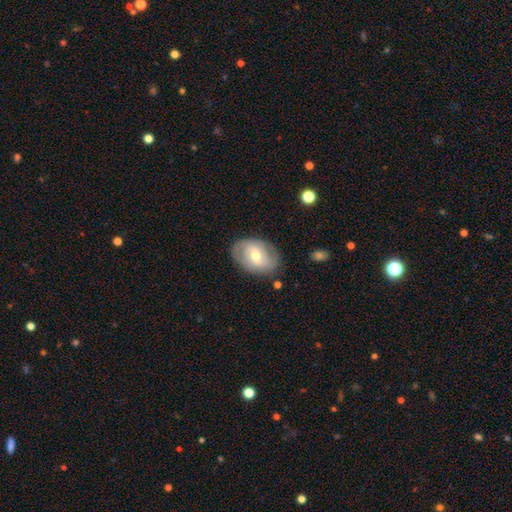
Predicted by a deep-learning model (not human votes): Morphology: type=featured or disk (62%); edge-on=no (95%); bar=weak (48%); spiral arms=yes (75%); bulge=moderate (62%); merging=none (77%).